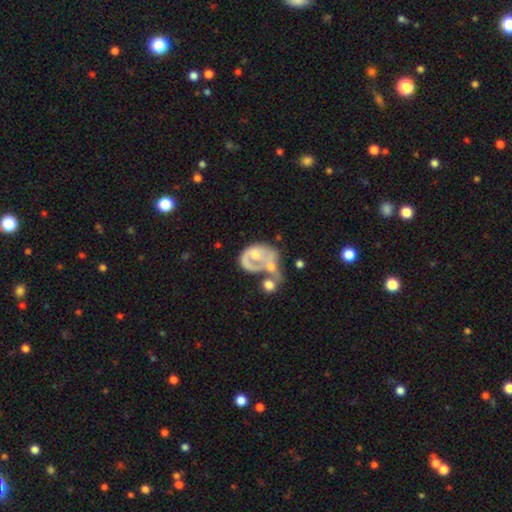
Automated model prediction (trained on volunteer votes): Smooth or featured? featured or disk (64%)
Edge-on disk? no (98%)
Bar? no (82%)
Spiral arms? no (59%)
Bulge size? moderate (51%)
Merging? merger (44%)